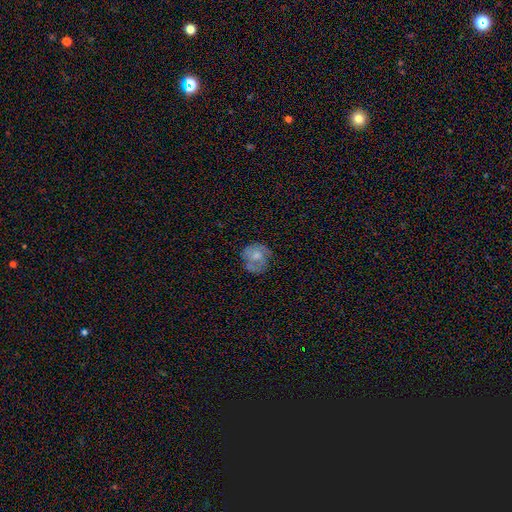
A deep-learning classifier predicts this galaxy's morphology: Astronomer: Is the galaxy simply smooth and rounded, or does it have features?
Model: smooth — 53% (runner-up: featured or disk, 39%).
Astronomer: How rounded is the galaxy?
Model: round — 81%.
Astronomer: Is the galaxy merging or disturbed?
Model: none — 65%.